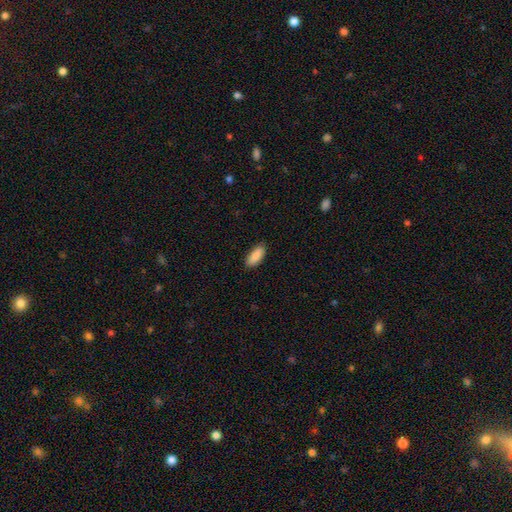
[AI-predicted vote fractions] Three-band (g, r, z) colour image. It shows a smooth galaxy with no disk features (89%) that is in between round and cigar-shaped (83%). Merging: none (87%).